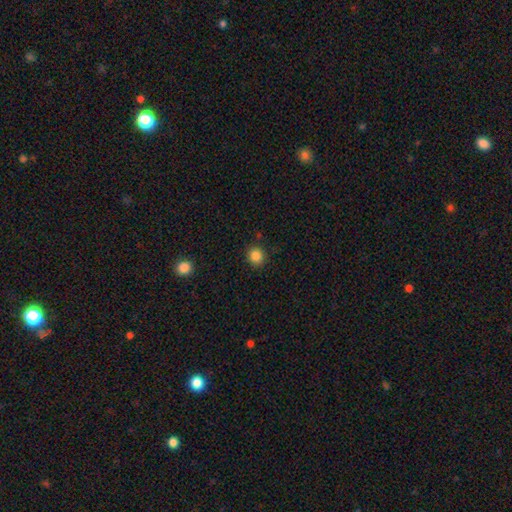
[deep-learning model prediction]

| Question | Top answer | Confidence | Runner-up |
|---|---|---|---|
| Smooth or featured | smooth | 85% | star or artifact (11%) |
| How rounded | round | 86% | in between (13%) |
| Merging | none | 89% | minor disturbance (8%) |